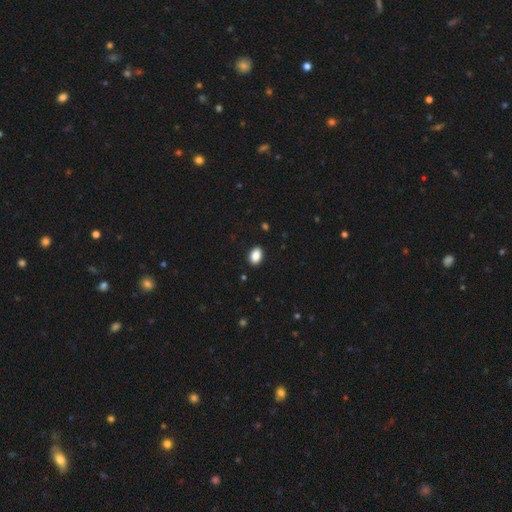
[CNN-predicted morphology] smooth 88%, star or artifact 8%, featured or disk 4%. Down the decision tree: how rounded — in between (88%); merging — none (90%).